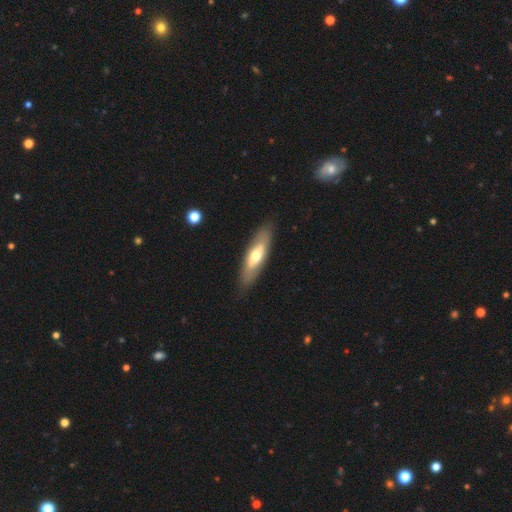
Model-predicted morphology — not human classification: Q: Smooth or featured?
A: smooth (50%); runner-up: featured or disk (44%)
Q: How rounded?
A: in between (53%); runner-up: cigar-shaped (45%)
Q: Merging?
A: none (84%); runner-up: minor disturbance (12%)